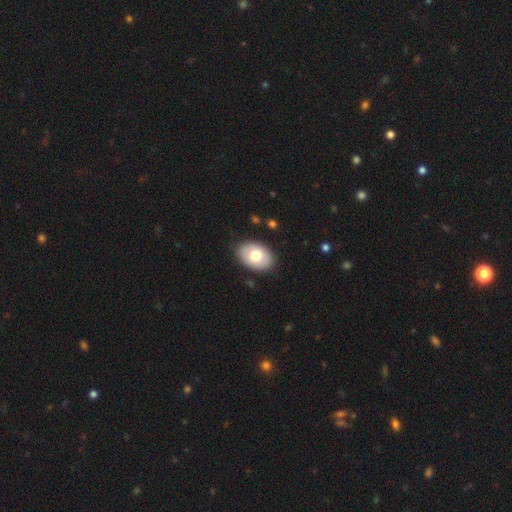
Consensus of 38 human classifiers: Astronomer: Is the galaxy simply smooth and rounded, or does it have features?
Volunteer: smooth — 66%.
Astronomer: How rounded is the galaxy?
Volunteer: in between — 84%.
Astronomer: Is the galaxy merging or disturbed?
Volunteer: none — 92%.